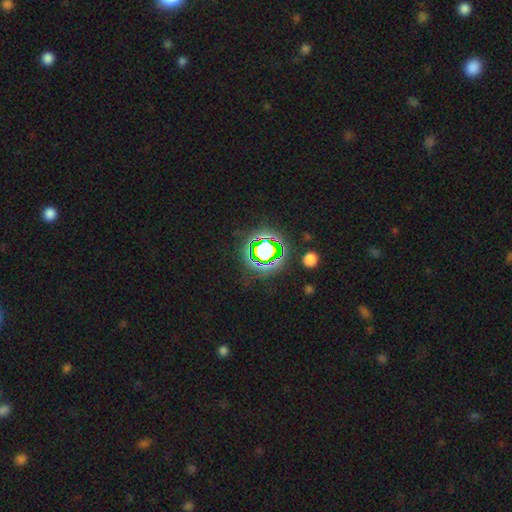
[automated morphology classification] Smooth or featured? Predicted: star or artifact (p=0.80).